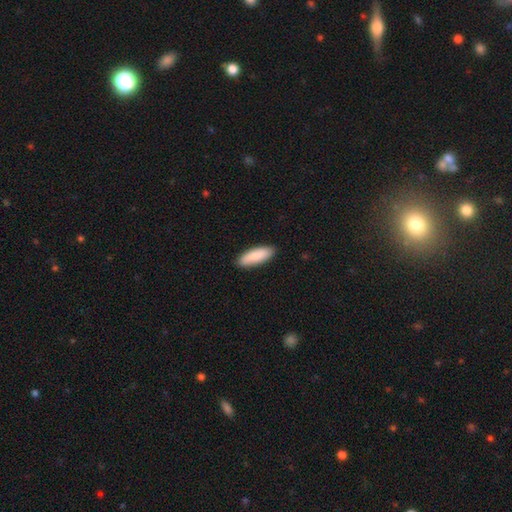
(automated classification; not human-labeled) A smooth galaxy with no disk features (86%) that is in between round and cigar-shaped (65%). Merging: none (89%).